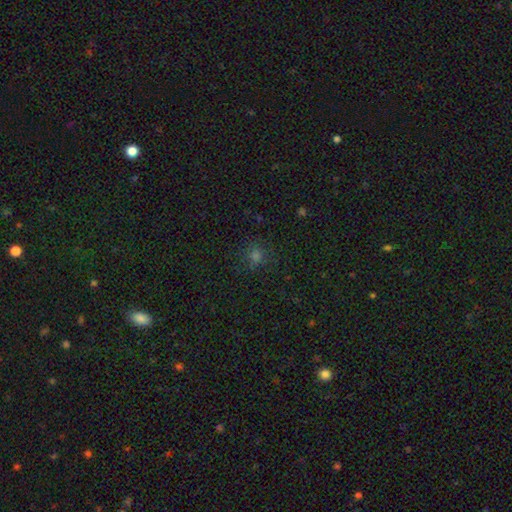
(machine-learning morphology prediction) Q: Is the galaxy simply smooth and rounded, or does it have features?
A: smooth — 63%.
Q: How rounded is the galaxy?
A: round — 88%.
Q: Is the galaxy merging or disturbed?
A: none — 85%.